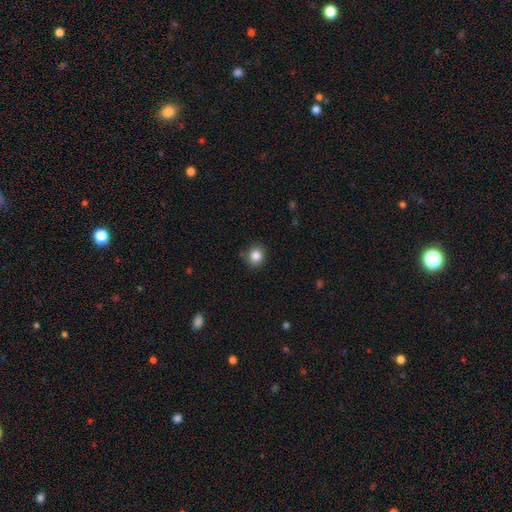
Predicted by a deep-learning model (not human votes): Morphology: type=smooth (85%); roundness=round (84%); merging=none (81%).